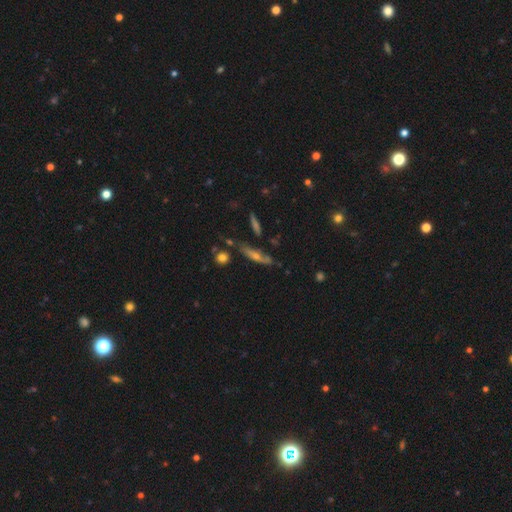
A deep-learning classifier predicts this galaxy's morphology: smooth_or_featured: featured or disk (p=0.53) [alt: smooth p=0.33]
disk_edge_on: yes (p=0.75) [alt: no p=0.25]
merging: none (p=0.69) [alt: minor disturbance p=0.17]